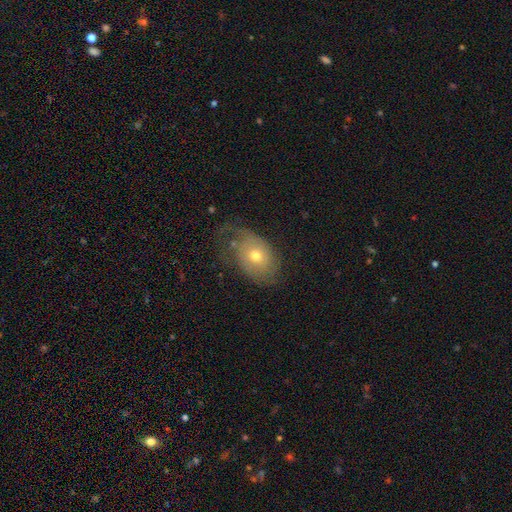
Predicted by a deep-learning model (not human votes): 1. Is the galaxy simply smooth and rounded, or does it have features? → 46% smooth, 45% featured or disk, 9% star or artifact.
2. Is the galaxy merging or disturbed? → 42% none, 30% major disturbance, 26% minor disturbance, 2% merger.